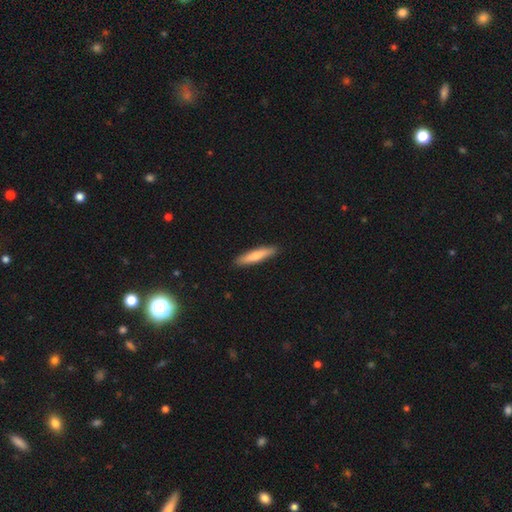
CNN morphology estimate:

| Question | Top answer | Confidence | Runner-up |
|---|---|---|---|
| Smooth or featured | smooth | 70% | featured or disk (25%) |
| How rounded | cigar-shaped | 87% | in between (11%) |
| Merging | none | 90% | minor disturbance (7%) |